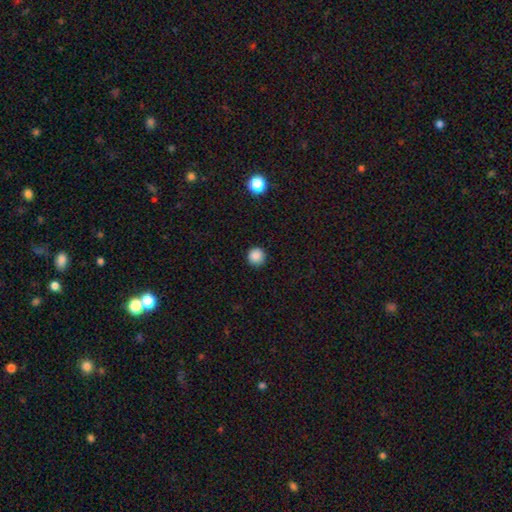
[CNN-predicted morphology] The model was most divided on "smooth or featured": smooth: 87%, star or artifact: 11%, featured or disk: 3%. More confident: how rounded — round (95%); merging — none (90%).